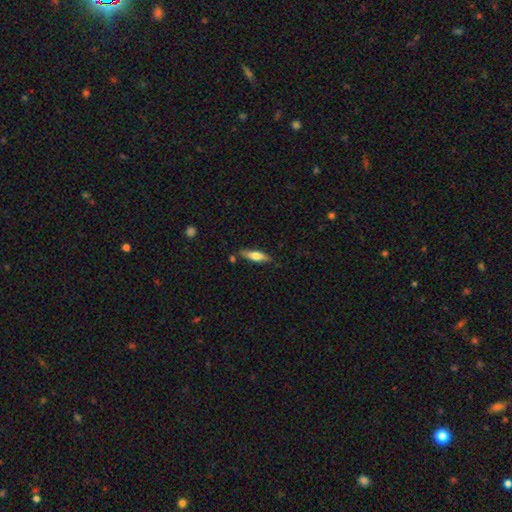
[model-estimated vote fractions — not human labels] Overall: smooth (57%; featured or disk 37%). How rounded: cigar-shaped (59%; in between 39%). Merging: none (81%).